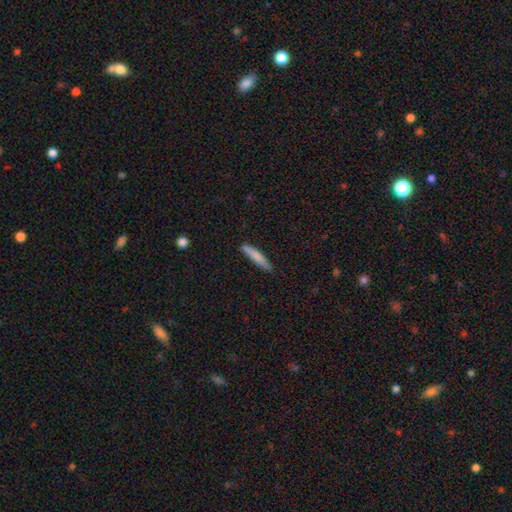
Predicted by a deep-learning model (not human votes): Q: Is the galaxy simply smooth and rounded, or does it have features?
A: smooth — 80%.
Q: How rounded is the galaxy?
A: cigar-shaped — 91%.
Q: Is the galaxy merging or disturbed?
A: none — 84%.